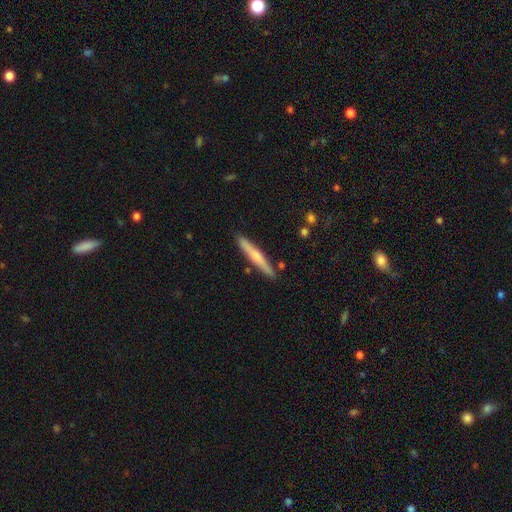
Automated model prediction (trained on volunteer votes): A smooth galaxy with no disk features (54%) that is cigar-shaped (95%).

Vote fractions:
- Smooth or featured? smooth: 54% / featured or disk: 40% / star or artifact: 6%
- How rounded? cigar-shaped: 95% / in between: 4% / round: 1%
- Merging? none: 87% / minor disturbance: 9% / merger: 2% / major disturbance: 2%